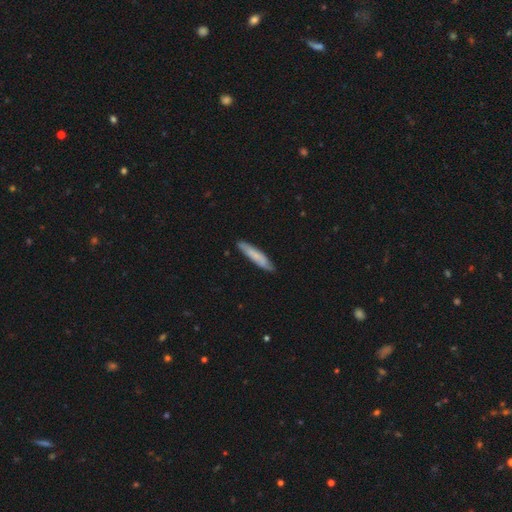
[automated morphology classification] type=smooth (69%); roundness=cigar-shaped (88%); merging=none (83%).